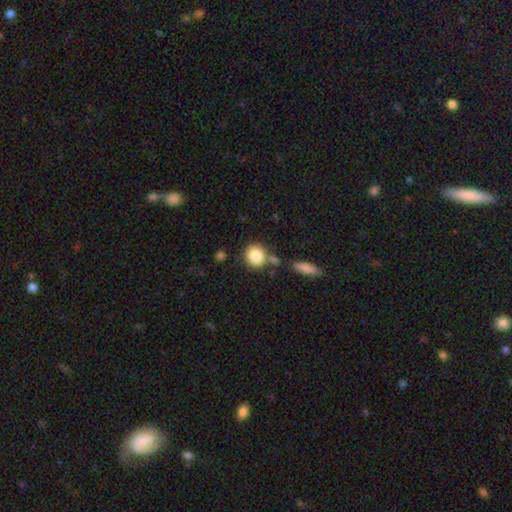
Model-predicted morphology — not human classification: A smooth galaxy with no disk features (85%) that is round (85%). Merging: none (70%).